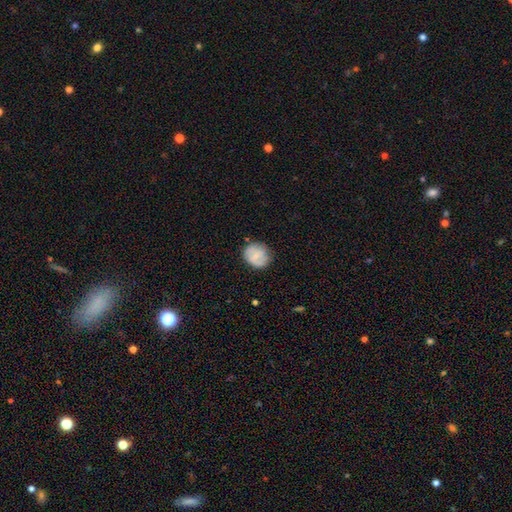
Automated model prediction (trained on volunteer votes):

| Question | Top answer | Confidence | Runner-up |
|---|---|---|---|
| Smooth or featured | smooth | 66% | featured or disk (27%) |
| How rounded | round | 73% | in between (26%) |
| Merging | none | 75% | minor disturbance (18%) |